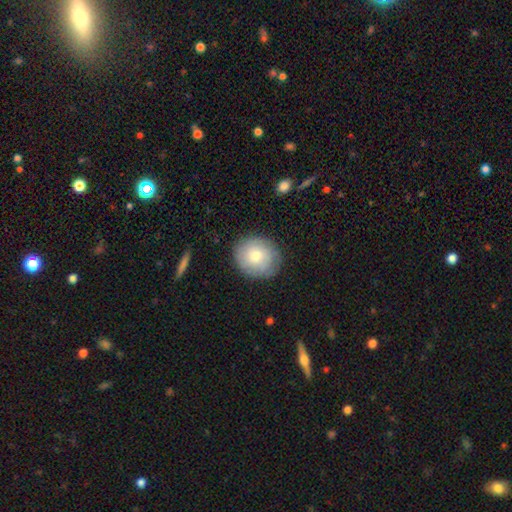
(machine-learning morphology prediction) Overall: smooth (71%). How rounded: round (76%). Merging: none (83%).